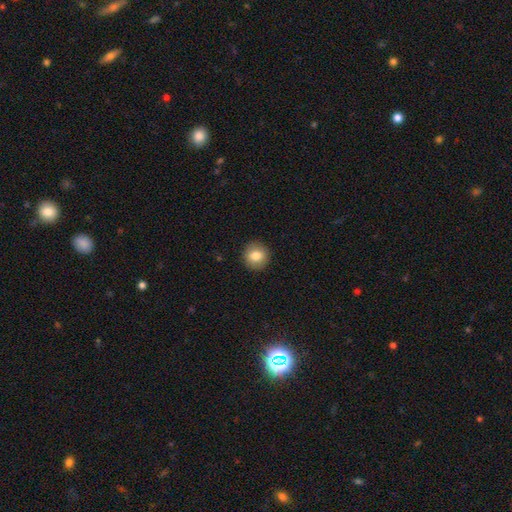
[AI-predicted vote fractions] The model was most divided on "smooth or featured": smooth: 81%, featured or disk: 10%, star or artifact: 9%. More confident: merging — none (92%); how rounded — round (90%).